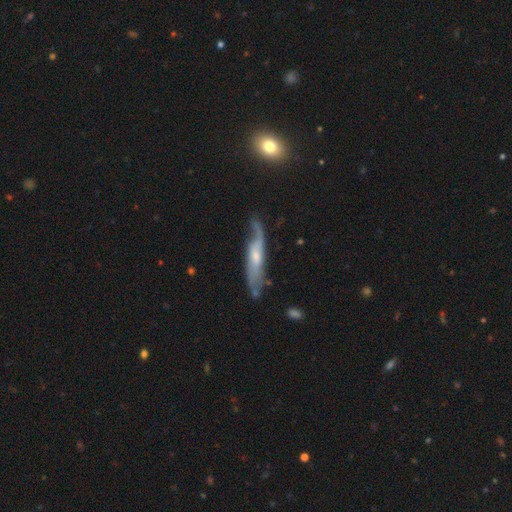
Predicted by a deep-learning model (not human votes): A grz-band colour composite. It shows a featured or disk galaxy (66%). Merging: none (54%).